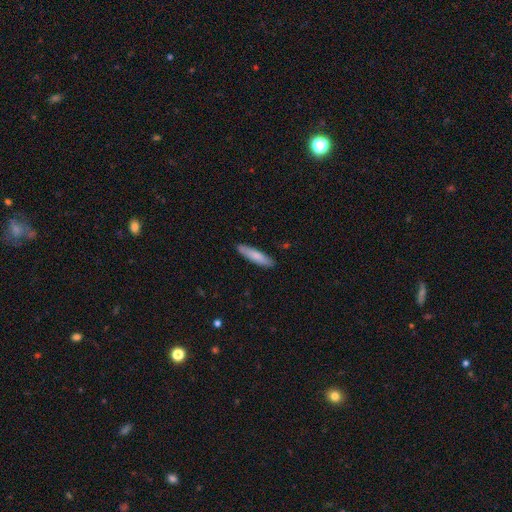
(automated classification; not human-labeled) This is likely a smooth galaxy (78%). How rounded: clearly cigar-shaped (82%). Merging: clearly none (89%).